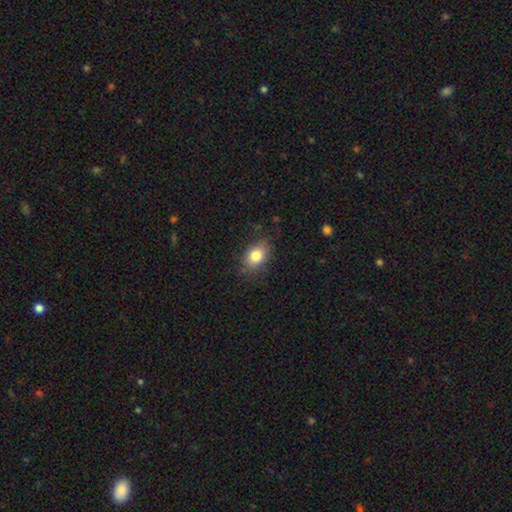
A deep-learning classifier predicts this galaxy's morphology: Smooth or featured: smooth — 81% (featured or disk — 10%)
How rounded: in between — 77% (round — 21%)
Merging: none — 81% (minor disturbance — 14%)